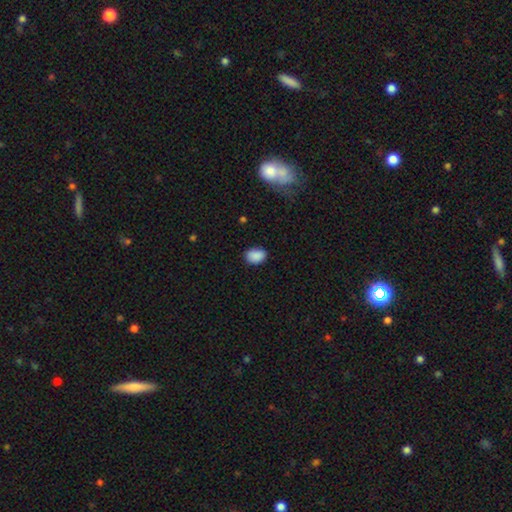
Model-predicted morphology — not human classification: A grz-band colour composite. It shows a smooth galaxy with no disk features (89%) that is in between round and cigar-shaped (74%). Merging: none (81%).